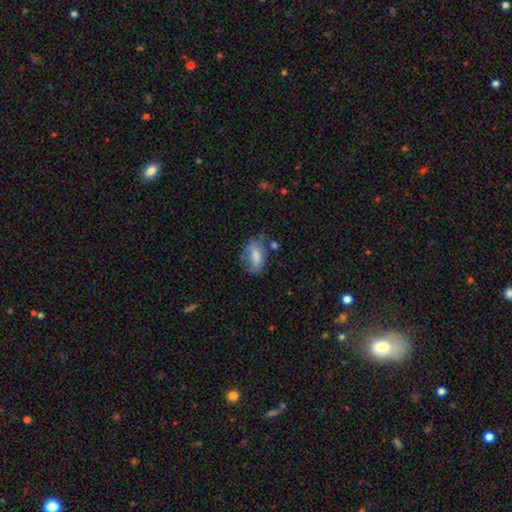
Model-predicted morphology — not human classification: Q: Smooth or featured?
A: smooth (72%); runner-up: featured or disk (20%)
Q: How rounded?
A: in between (90%); runner-up: round (7%)
Q: Merging?
A: none (46%); runner-up: minor disturbance (31%)